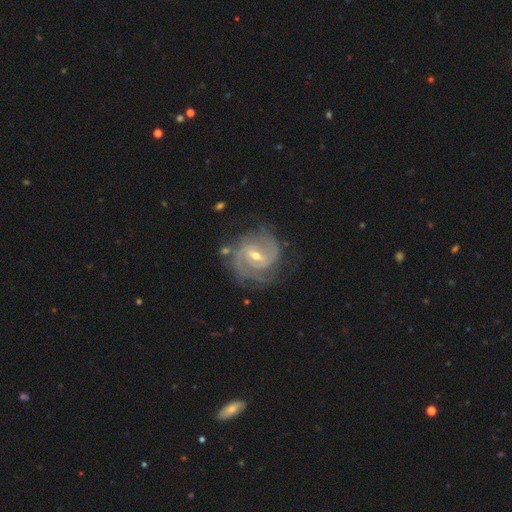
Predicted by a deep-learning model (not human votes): Smooth or featured?
  - featured or disk: 89% *
  - smooth: 5%
  - star or artifact: 5%
Edge-on disk?
  - no: 97% *
  - yes: 3%
Bar?
  - weak: 52% *
  - strong: 33%
  - no: 14%
Spiral arms?
  - yes: 97% *
  - no: 3%
Spiral winding?
  - tight: 57% *
  - medium: 36%
  - loose: 7%
Spiral arm count?
  - 2: 51% *
  - 3: 21%
  - can't tell: 15%
  - 4: 5%
  - 1: 4%
  - more than 4: 3%
Bulge size?
  - small: 50% *
  - moderate: 47%
  - large: 1%
  - none: 1%
  - dominant: 1%
Merging?
  - none: 72% *
  - minor disturbance: 18%
  - major disturbance: 8%
  - merger: 3%